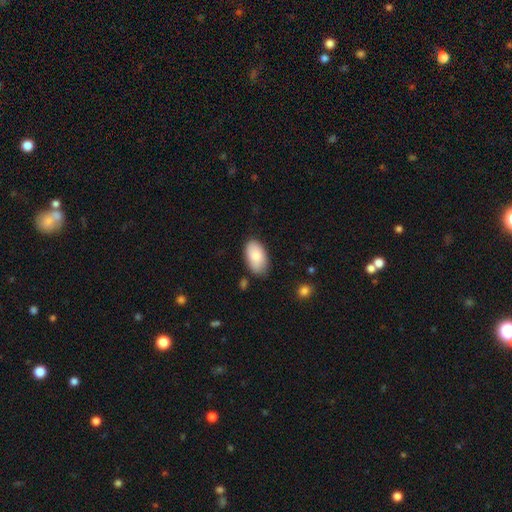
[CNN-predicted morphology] Overall: smooth (83%). How rounded: in between (95%). Merging: none (80%).